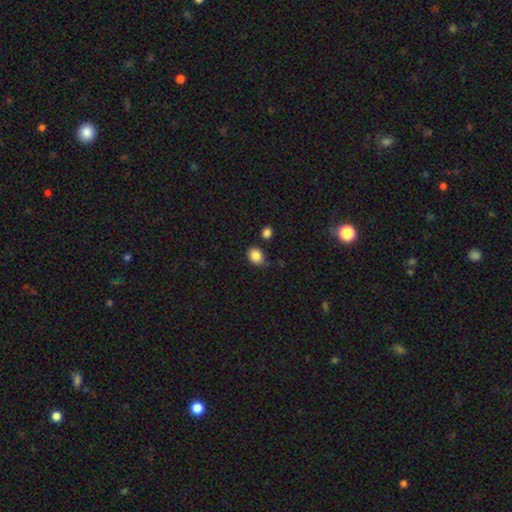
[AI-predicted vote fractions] A smooth galaxy with no disk features (87%) that is round (53%).

Vote fractions:
- Smooth or featured? smooth: 87% / star or artifact: 9% / featured or disk: 4%
- How rounded? round: 53% / in between: 46% / cigar-shaped: 1%
- Merging? none: 75% / minor disturbance: 16% / merger: 5% / major disturbance: 4%